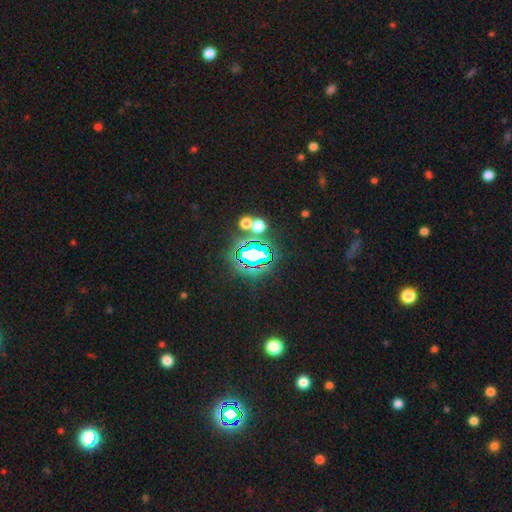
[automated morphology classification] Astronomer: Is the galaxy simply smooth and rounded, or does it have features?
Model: star or artifact — 72%.